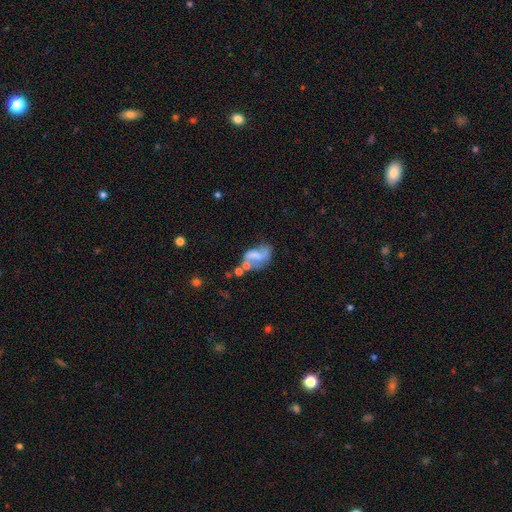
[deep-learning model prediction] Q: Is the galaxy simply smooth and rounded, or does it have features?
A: featured or disk — 58%.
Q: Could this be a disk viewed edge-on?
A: no — 97%.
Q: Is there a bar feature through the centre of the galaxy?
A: no — 43%.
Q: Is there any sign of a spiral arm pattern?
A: yes — 67%.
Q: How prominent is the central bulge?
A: none — 49%.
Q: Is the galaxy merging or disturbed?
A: none — 31%.